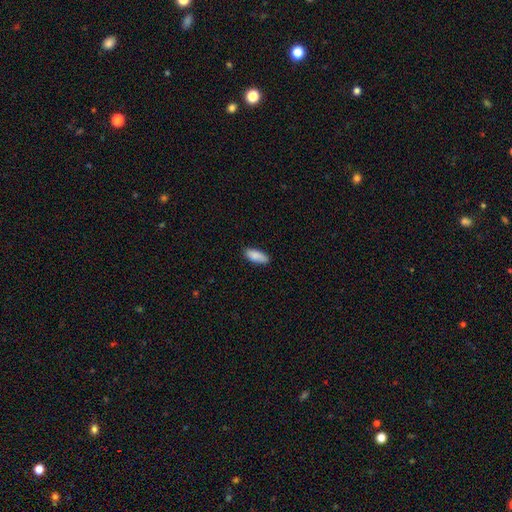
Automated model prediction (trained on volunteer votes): A smooth galaxy with no disk features (88%) that is in between round and cigar-shaped (79%). Merging: none (82%).